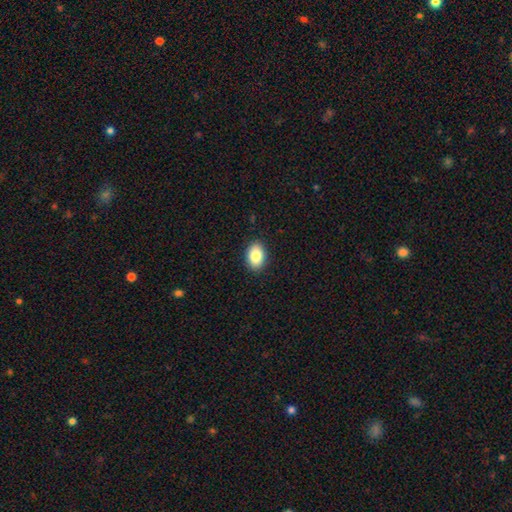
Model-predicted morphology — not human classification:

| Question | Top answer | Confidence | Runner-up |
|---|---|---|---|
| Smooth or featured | smooth | 85% | featured or disk (8%) |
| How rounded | in between | 85% | round (13%) |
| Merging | none | 90% | minor disturbance (7%) |